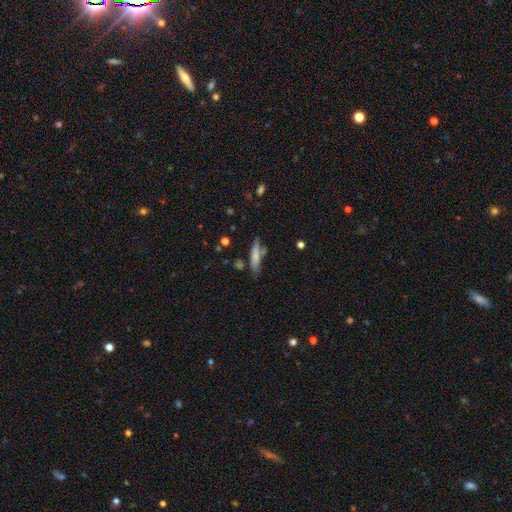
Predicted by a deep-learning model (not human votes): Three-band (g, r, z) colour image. It shows a smooth galaxy with no disk features (70%) that is cigar-shaped (77%). Merging: none (65%).